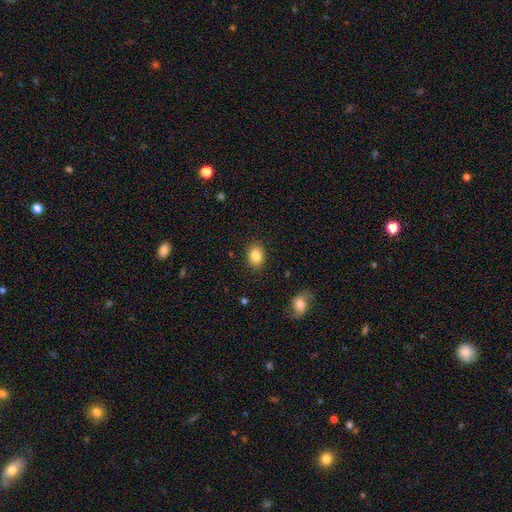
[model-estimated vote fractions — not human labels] The model was most divided on "how rounded": in between: 68%, round: 31%, cigar-shaped: 1%. More confident: merging — none (88%); smooth or featured — smooth (85%).